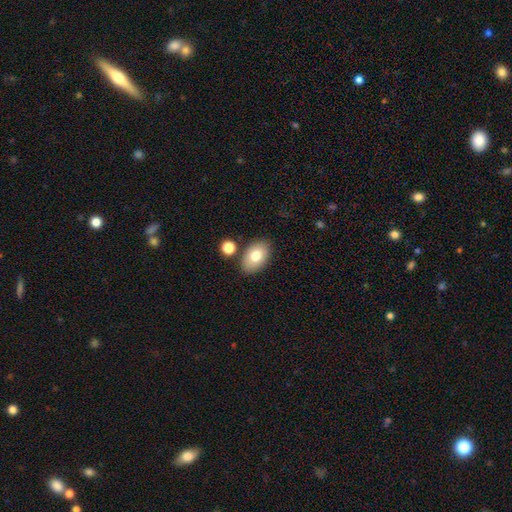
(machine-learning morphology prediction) smooth_or_featured: smooth (p=0.78) [alt: featured or disk p=0.14]
how_rounded: in between (p=0.90) [alt: round p=0.09]
merging: none (p=0.80) [alt: minor disturbance p=0.11]